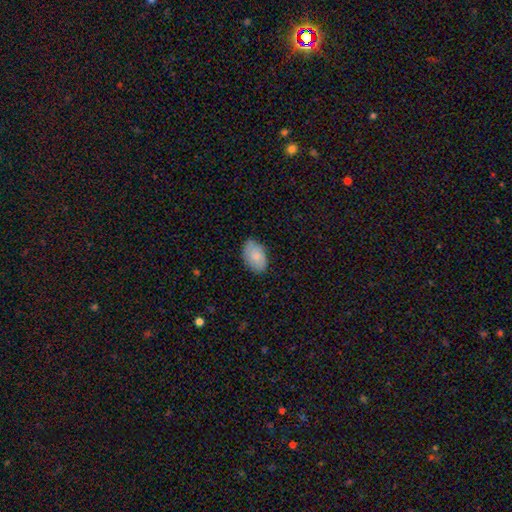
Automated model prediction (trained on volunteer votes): Smooth or featured? smooth (81%)
How rounded? in between (92%)
Merging? none (75%)